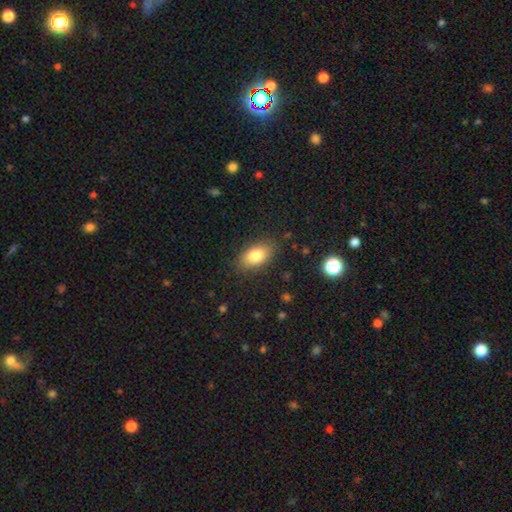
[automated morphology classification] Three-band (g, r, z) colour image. It shows a smooth galaxy with no disk features (81%) that is in between round and cigar-shaped (90%). Merging: none (85%).